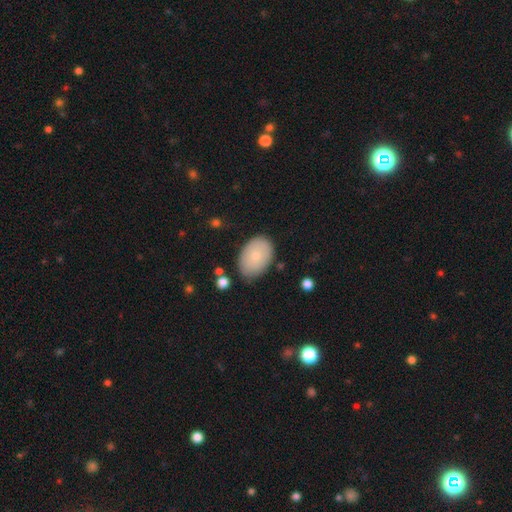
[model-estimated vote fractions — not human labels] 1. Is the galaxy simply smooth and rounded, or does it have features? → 76% smooth, 17% featured or disk, 7% star or artifact.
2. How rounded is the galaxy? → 87% in between, 12% round, 1% cigar-shaped.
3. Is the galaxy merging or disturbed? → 78% none, 17% minor disturbance, 4% major disturbance, 2% merger.